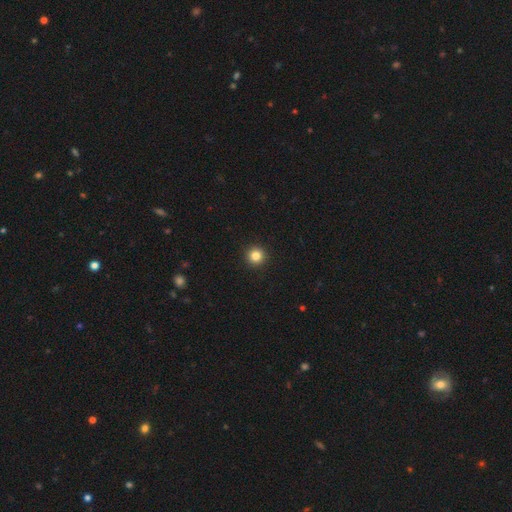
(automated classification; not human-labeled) A smooth galaxy with no disk features (84%) that is round (96%).

Vote fractions:
- Smooth or featured? smooth: 84% / star or artifact: 12% / featured or disk: 5%
- How rounded? round: 96% / in between: 3% / cigar-shaped: 1%
- Merging? none: 94% / minor disturbance: 4% / major disturbance: 1% / merger: 1%